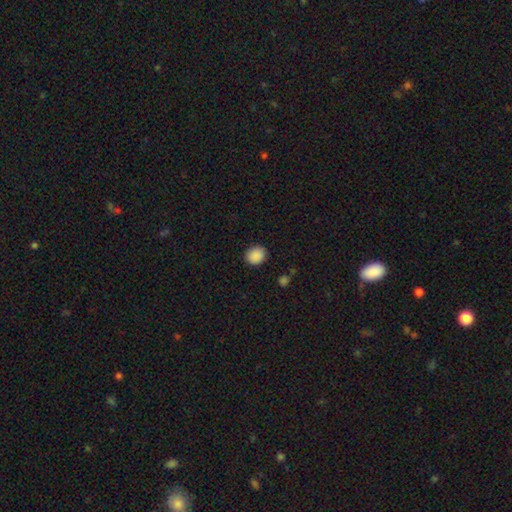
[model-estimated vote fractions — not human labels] Q: Smooth or featured?
A: smooth (89%); runner-up: star or artifact (9%)
Q: How rounded?
A: round (71%); runner-up: in between (28%)
Q: Merging?
A: none (88%); runner-up: minor disturbance (8%)